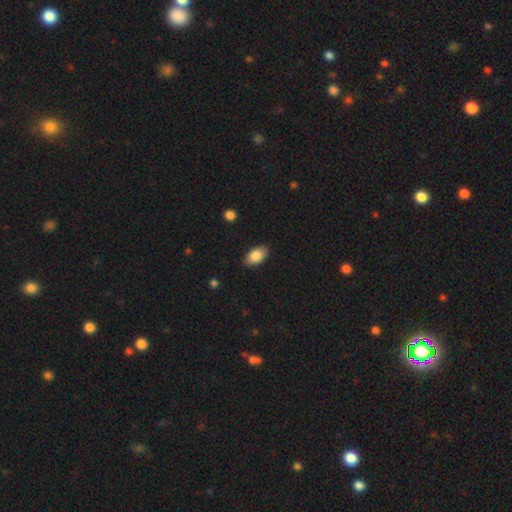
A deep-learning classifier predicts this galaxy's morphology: A smooth galaxy with no disk features (84%) that is in between round and cigar-shaped (92%).

Vote fractions:
- Smooth or featured? smooth: 84% / featured or disk: 9% / star or artifact: 7%
- How rounded? in between: 92% / round: 6% / cigar-shaped: 2%
- Merging? none: 86% / minor disturbance: 11% / major disturbance: 2% / merger: 1%